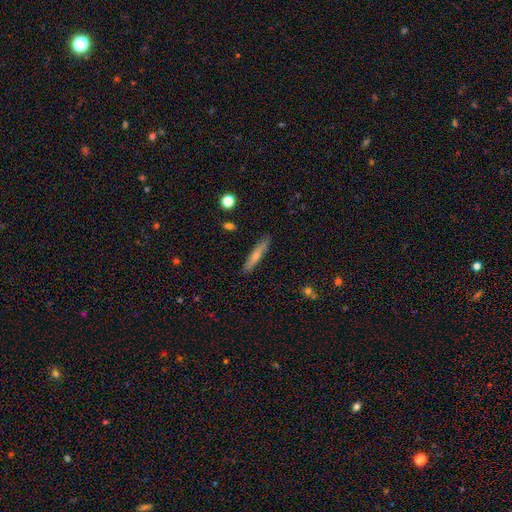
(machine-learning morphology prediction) Smooth or featured? smooth (51%)
How rounded? cigar-shaped (91%)
Merging? none (89%)